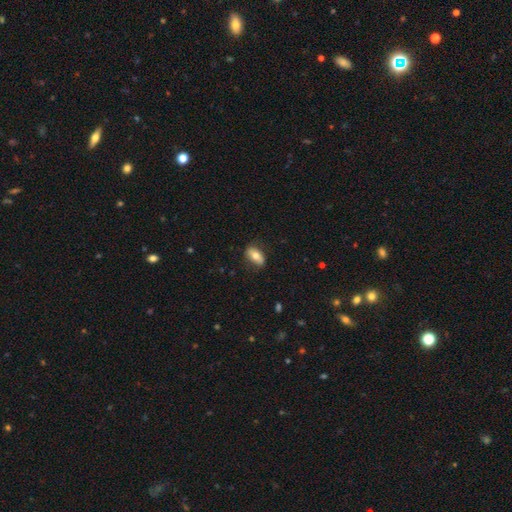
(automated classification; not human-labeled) Smooth or featured? Predicted: smooth (p=0.66). How rounded? Predicted: in between (p=0.86). Merging? Predicted: none (p=0.78).